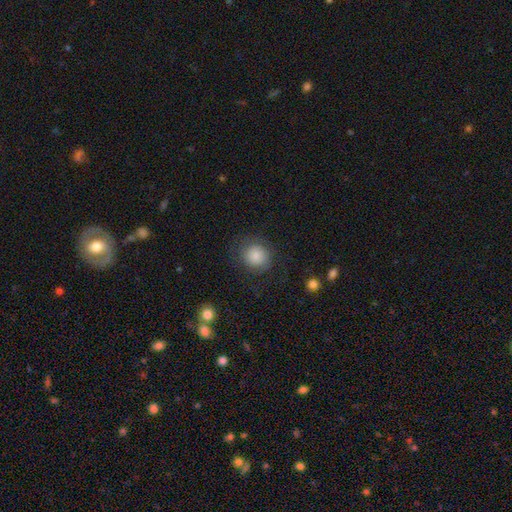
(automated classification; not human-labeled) Smooth or featured: smooth — 82% (featured or disk — 9%)
How rounded: round — 83% (in between — 16%)
Merging: none — 77% (minor disturbance — 13%)